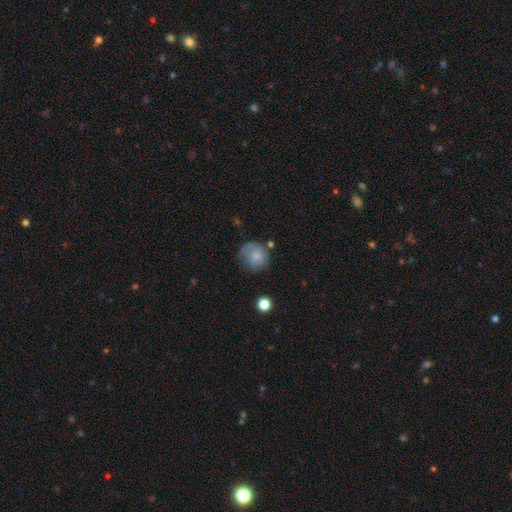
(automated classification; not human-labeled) Smooth or featured? smooth (71%)
How rounded? round (84%)
Merging? none (53%)